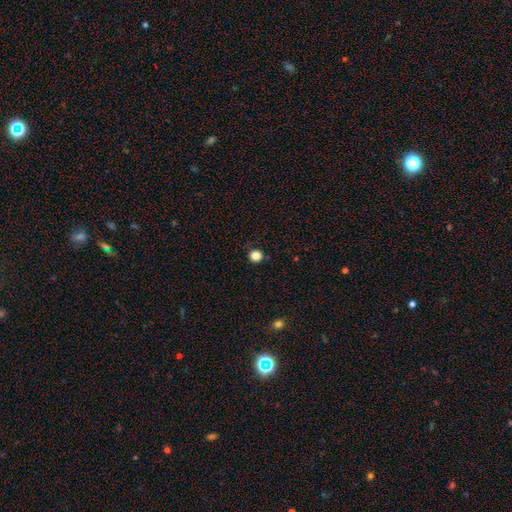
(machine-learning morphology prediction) Smooth or featured?
  - smooth: 83% *
  - star or artifact: 13%
  - featured or disk: 3%
How rounded?
  - round: 94% *
  - in between: 5%
  - cigar-shaped: 1%
Merging?
  - none: 90% *
  - minor disturbance: 7%
  - major disturbance: 2%
  - merger: 1%